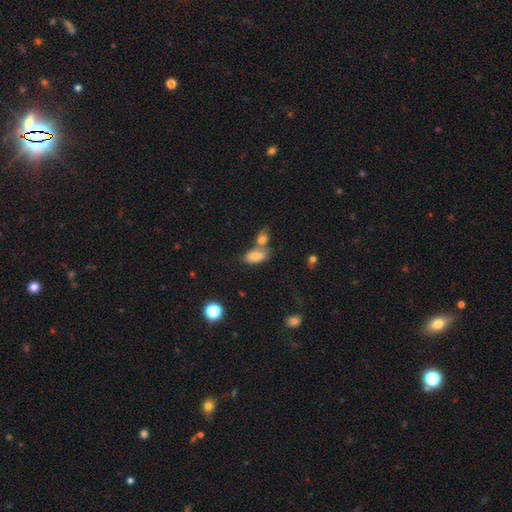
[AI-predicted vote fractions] smooth-or-featured: smooth: 77% | featured or disk: 13% | star or artifact: 10%
  how-rounded: in between: 90% | round: 7% | cigar-shaped: 3%
  merging: merger: 47% | none: 36% | minor disturbance: 12% | major disturbance: 5%